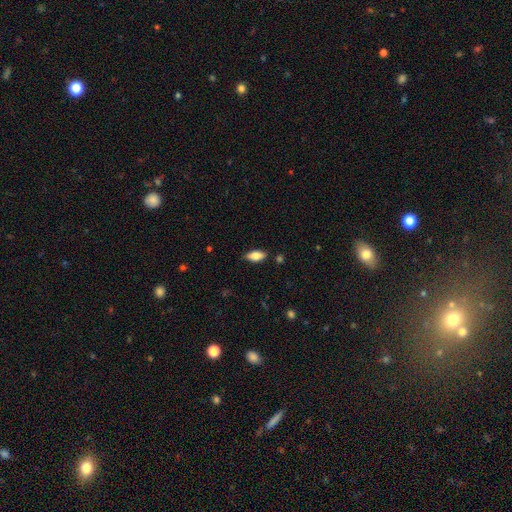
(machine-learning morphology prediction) Smooth or featured? Predicted: smooth (p=0.79). How rounded? Predicted: in between (p=0.85). Merging? Predicted: none (p=0.83).